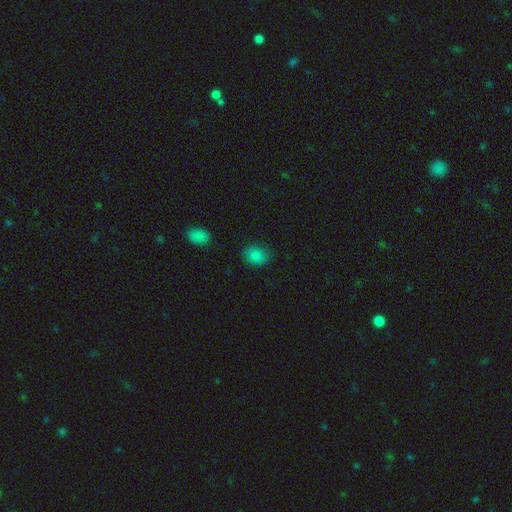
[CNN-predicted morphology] The model was most divided on "how rounded": in between: 56%, round: 43%, cigar-shaped: 1%. More confident: smooth or featured — smooth (83%); merging — none (79%).